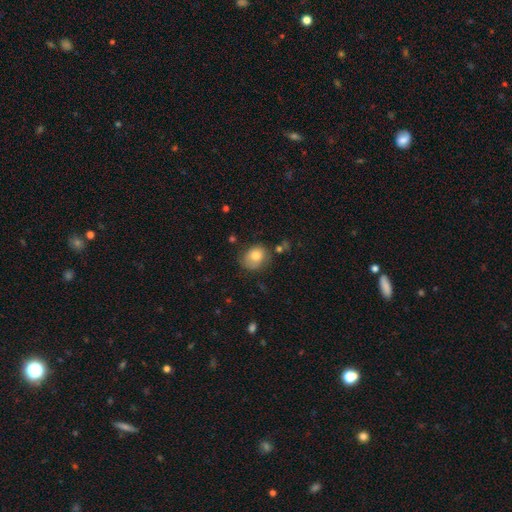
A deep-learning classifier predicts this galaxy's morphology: Smooth or featured?
  - smooth: 78% *
  - featured or disk: 13%
  - star or artifact: 9%
How rounded?
  - round: 54% *
  - in between: 45%
  - cigar-shaped: 1%
Merging?
  - none: 64% *
  - minor disturbance: 25%
  - major disturbance: 7%
  - merger: 4%